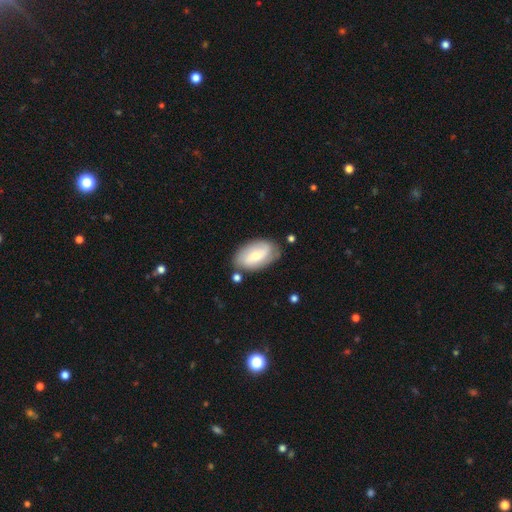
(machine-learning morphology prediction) Smooth or featured: smooth — 48% (featured or disk — 46%)
Merging: none — 74% (minor disturbance — 17%)